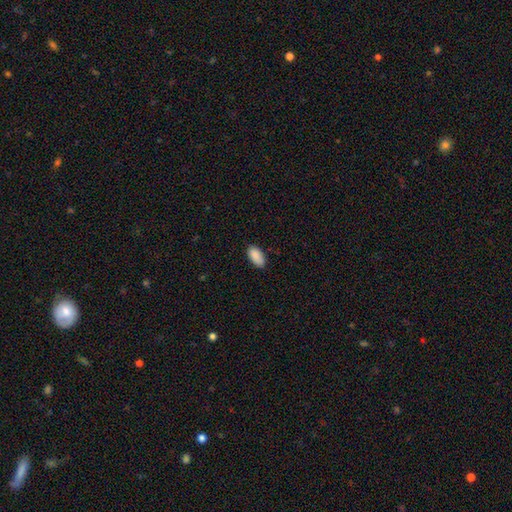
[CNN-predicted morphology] Smooth or featured? Predicted: smooth (p=0.90). How rounded? Predicted: in between (p=0.94). Merging? Predicted: none (p=0.84).